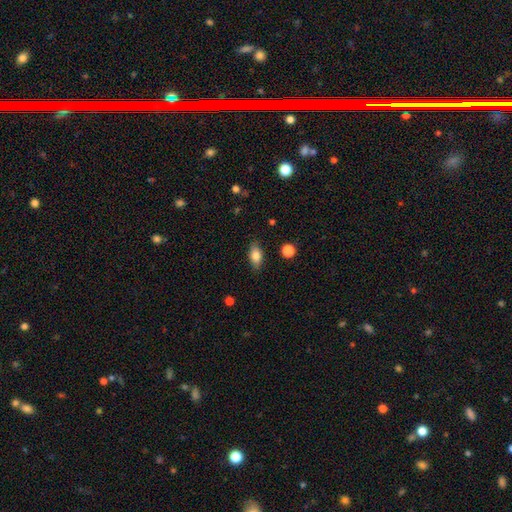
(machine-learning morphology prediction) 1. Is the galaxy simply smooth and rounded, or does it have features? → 79% smooth, 13% featured or disk, 8% star or artifact.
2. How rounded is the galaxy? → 85% in between, 8% cigar-shaped, 6% round.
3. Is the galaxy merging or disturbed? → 84% none, 12% minor disturbance, 3% major disturbance, 1% merger.